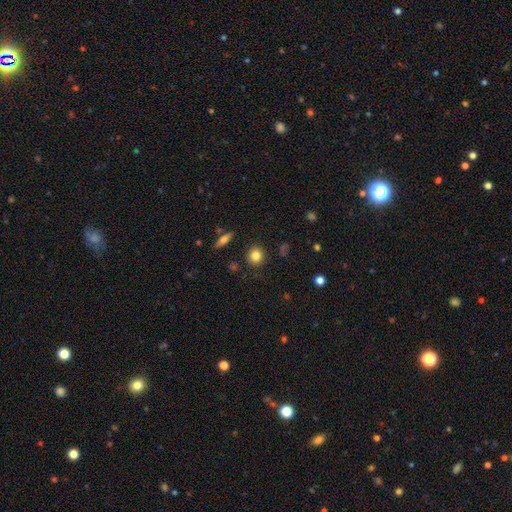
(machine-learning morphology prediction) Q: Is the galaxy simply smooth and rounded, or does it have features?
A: smooth — 83%.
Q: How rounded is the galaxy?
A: round — 83%.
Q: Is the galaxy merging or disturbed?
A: none — 87%.